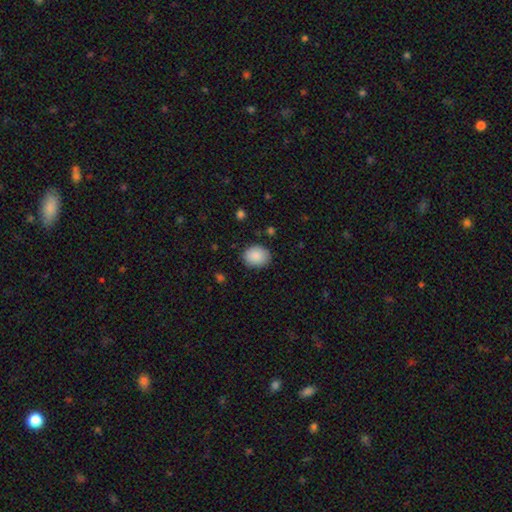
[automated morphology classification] Smooth or featured: smooth — 89% (star or artifact — 7%)
How rounded: in between — 50% (round — 49%)
Merging: none — 85% (minor disturbance — 11%)